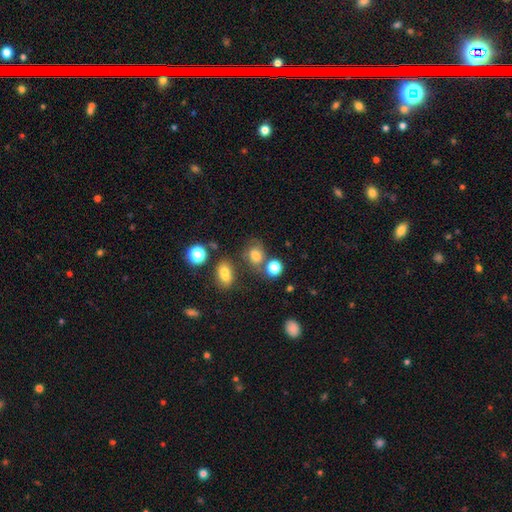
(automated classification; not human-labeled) This is likely a smooth galaxy (71%). How rounded: likely round (60%). Merging: possibly none (59%).